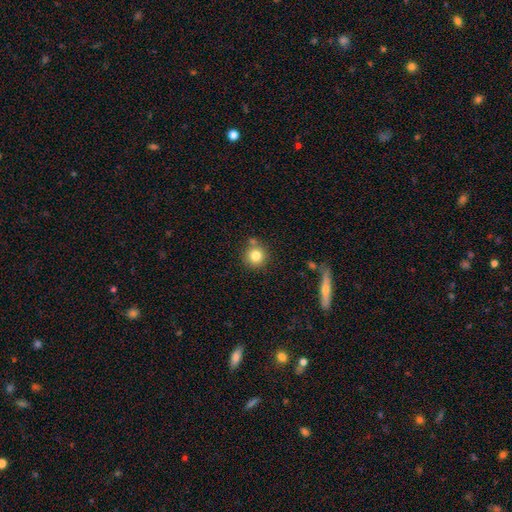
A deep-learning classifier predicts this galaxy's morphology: Smooth or featured? Predicted: smooth (p=0.81). How rounded? Predicted: round (p=0.93). Merging? Predicted: none (p=0.75).